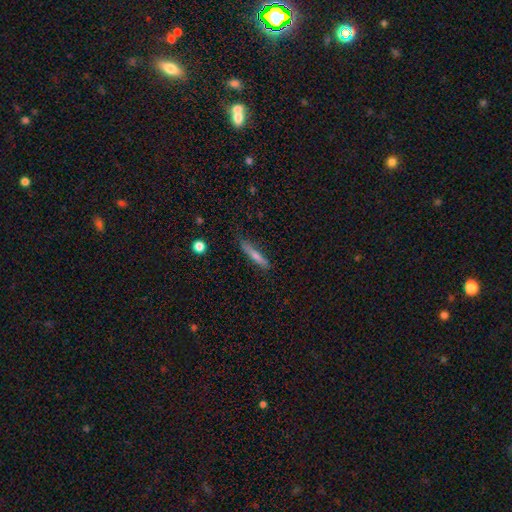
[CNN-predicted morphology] type=smooth (53%); roundness=cigar-shaped (91%); merging=none (83%).